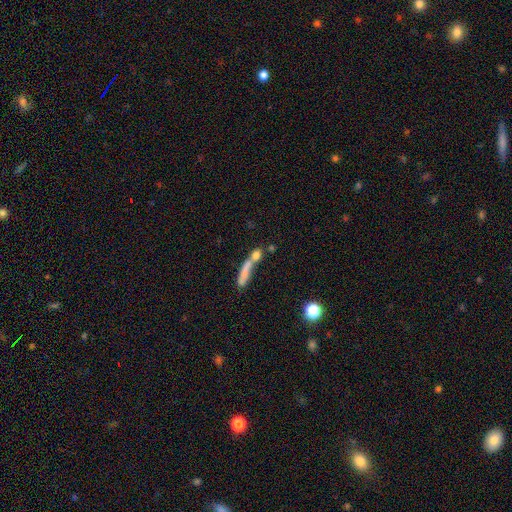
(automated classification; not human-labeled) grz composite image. It shows a smooth galaxy with no disk features (67%) that is cigar-shaped (60%). Merging: merger (44%).